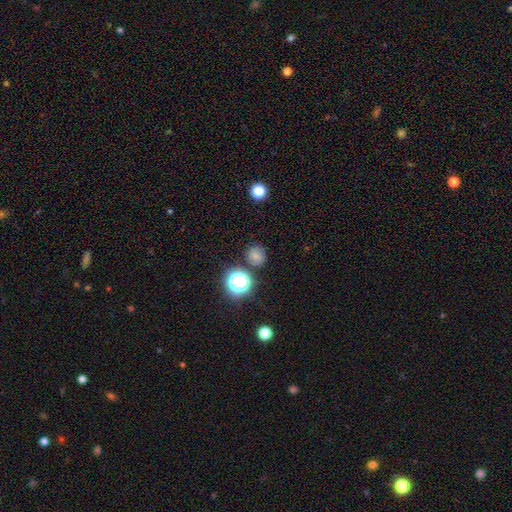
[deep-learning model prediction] smooth-or-featured: smooth: 70% | star or artifact: 22% | featured or disk: 8%
  how-rounded: round: 82% | in between: 17% | cigar-shaped: 1%
  merging: none: 80% | minor disturbance: 11% | merger: 5% | major disturbance: 4%